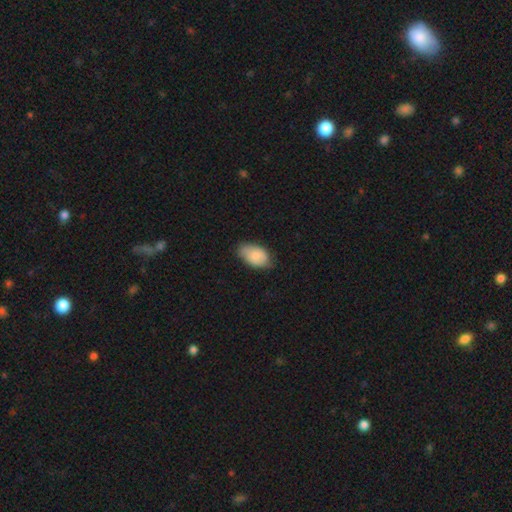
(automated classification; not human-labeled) This is clearly a smooth galaxy (83%). How rounded: clearly in between (92%). Merging: likely none (66%).